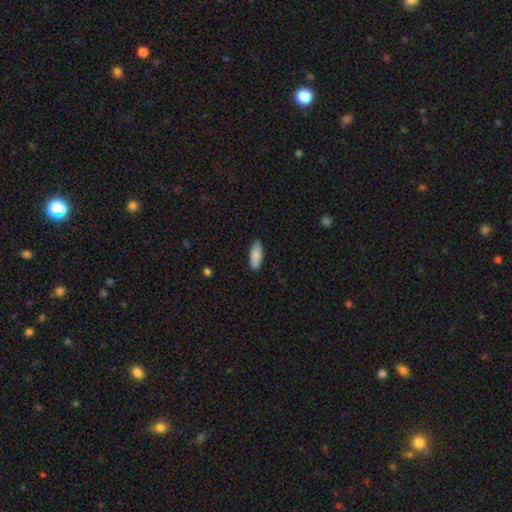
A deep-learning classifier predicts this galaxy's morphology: Smooth or featured?
  - smooth: 88% *
  - featured or disk: 6%
  - star or artifact: 6%
How rounded?
  - in between: 74% *
  - cigar-shaped: 24%
  - round: 2%
Merging?
  - none: 88% *
  - minor disturbance: 9%
  - major disturbance: 2%
  - merger: 1%